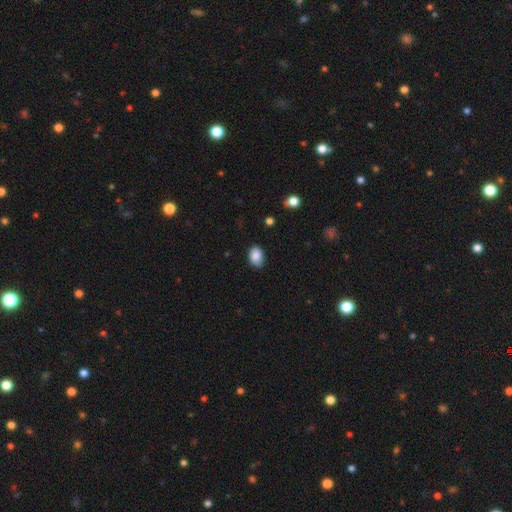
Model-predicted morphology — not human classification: Smooth or featured? Predicted: smooth (p=0.86). How rounded? Predicted: in between (p=0.82). Merging? Predicted: none (p=0.80).